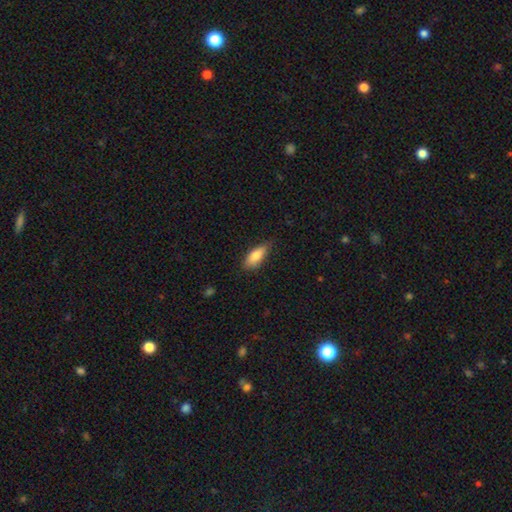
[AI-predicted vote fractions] Smooth or featured? Predicted: smooth (p=0.82). How rounded? Predicted: in between (p=0.76). Merging? Predicted: none (p=0.78).